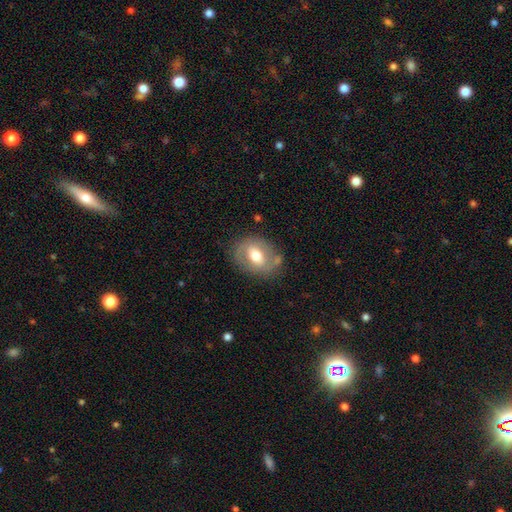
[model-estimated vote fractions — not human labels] Smooth or featured? Predicted: smooth (p=0.49). Merging? Predicted: none (p=0.69).